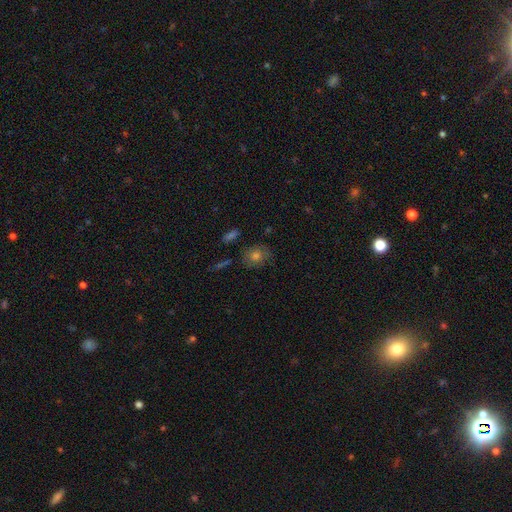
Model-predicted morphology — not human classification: Overall: smooth (62%). How rounded: round (67%; in between 32%). Merging: none (78%).